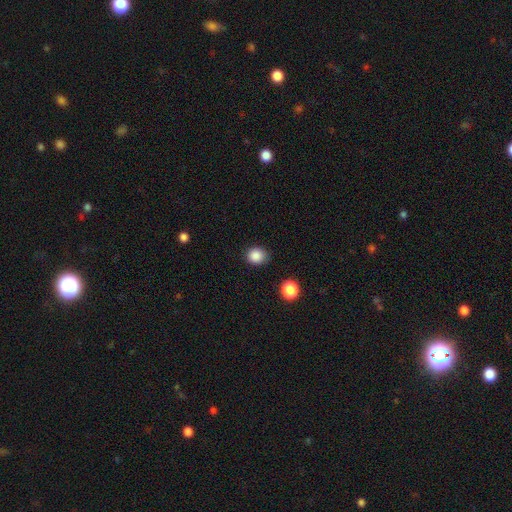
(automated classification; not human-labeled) A smooth galaxy with no disk features (86%) that is round (74%). Merging: none (80%).